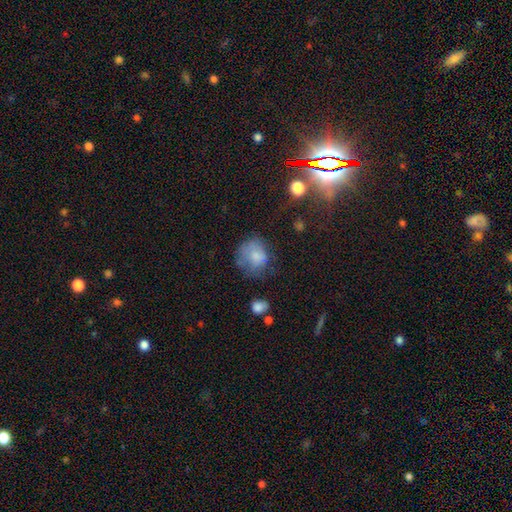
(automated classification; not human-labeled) Smooth or featured: smooth — 69% (featured or disk — 20%)
How rounded: round — 73% (in between — 26%)
Merging: none — 48% (minor disturbance — 28%)